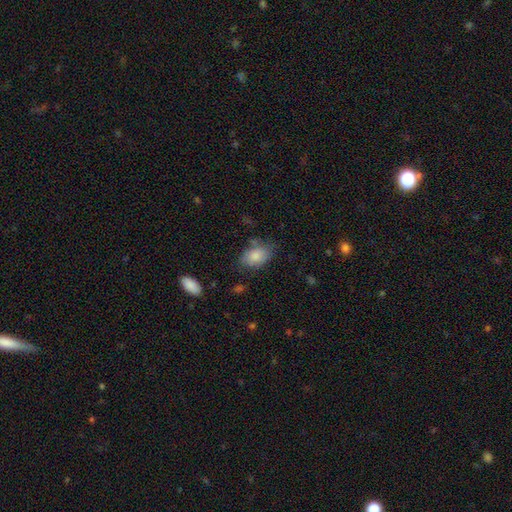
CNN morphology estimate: Smooth or featured? Predicted: smooth (p=0.83). How rounded? Predicted: in between (p=0.89). Merging? Predicted: none (p=0.66).